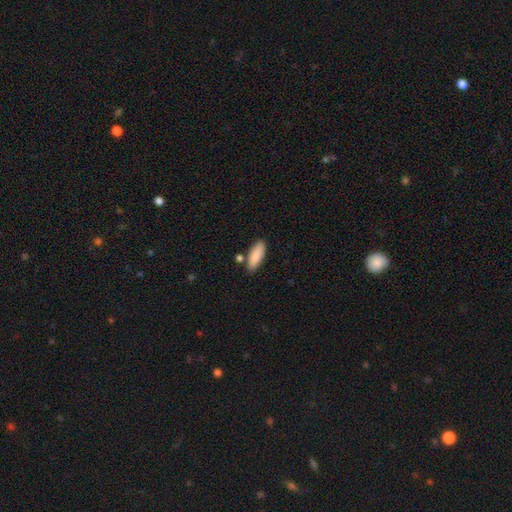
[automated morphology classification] A smooth galaxy with no disk features (88%) that is in between round and cigar-shaped (74%).

Vote fractions:
- Smooth or featured? smooth: 88% / featured or disk: 7% / star or artifact: 6%
- How rounded? in between: 74% / cigar-shaped: 24% / round: 2%
- Merging? none: 78% / minor disturbance: 12% / merger: 7% / major disturbance: 2%